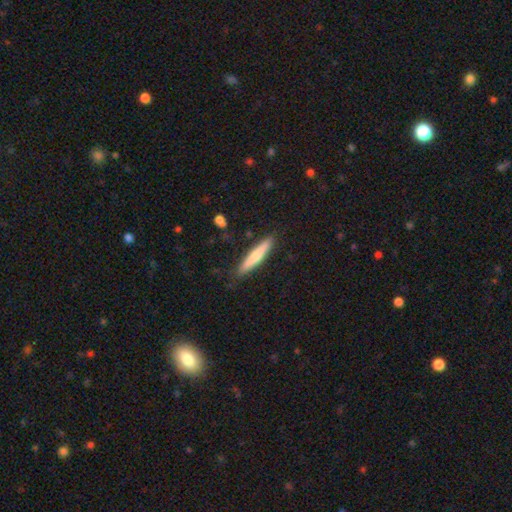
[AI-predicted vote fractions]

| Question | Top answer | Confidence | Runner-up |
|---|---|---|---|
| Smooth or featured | smooth | 65% | featured or disk (30%) |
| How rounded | cigar-shaped | 91% | in between (8%) |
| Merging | none | 86% | minor disturbance (10%) |